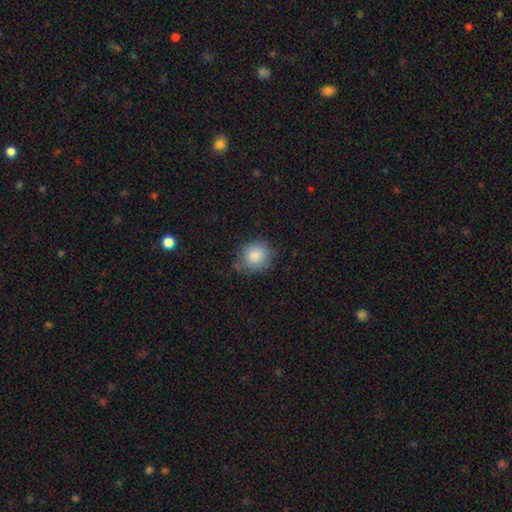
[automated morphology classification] smooth-or-featured: smooth: 86% | star or artifact: 8% | featured or disk: 6%
  how-rounded: round: 73% | in between: 26% | cigar-shaped: 1%
  merging: none: 67% | minor disturbance: 25% | major disturbance: 6% | merger: 2%